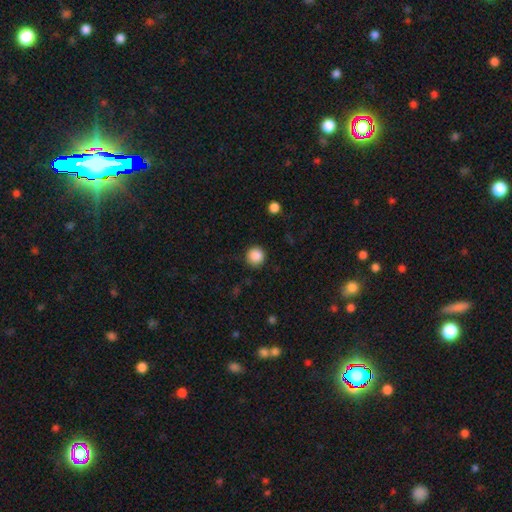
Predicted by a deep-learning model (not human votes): Smooth or featured: smooth — 87% (star or artifact — 10%)
How rounded: round — 95% (in between — 4%)
Merging: none — 89% (minor disturbance — 8%)